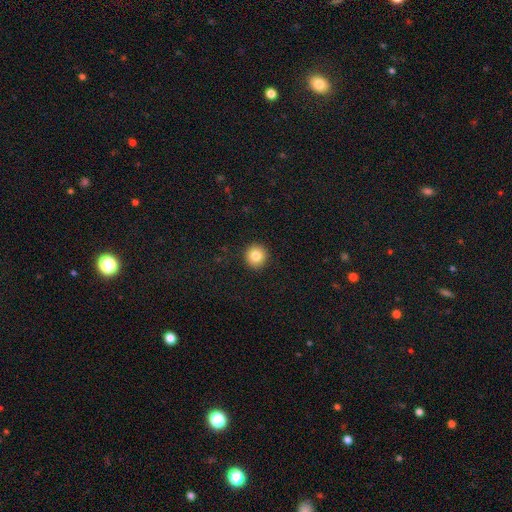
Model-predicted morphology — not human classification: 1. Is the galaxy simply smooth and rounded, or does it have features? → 82% smooth, 10% star or artifact, 8% featured or disk.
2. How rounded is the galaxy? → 94% round, 5% in between, 1% cigar-shaped.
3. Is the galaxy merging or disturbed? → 93% none, 5% minor disturbance, 2% major disturbance, 1% merger.